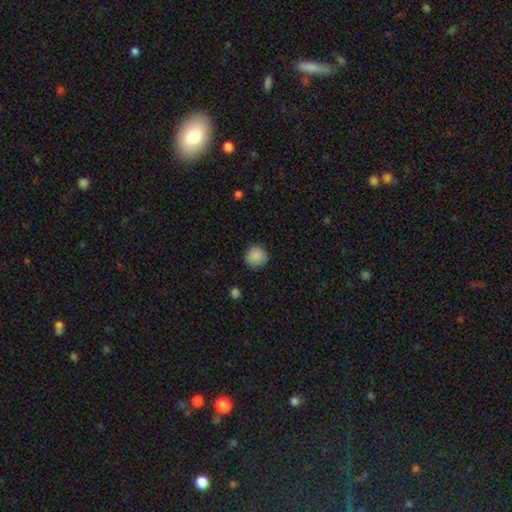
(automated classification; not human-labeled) A smooth galaxy with no disk features (88%) that is round (92%).

Vote fractions:
- Smooth or featured? smooth: 88% / star or artifact: 8% / featured or disk: 3%
- How rounded? round: 92% / in between: 7% / cigar-shaped: 1%
- Merging? none: 88% / minor disturbance: 9% / major disturbance: 2% / merger: 1%